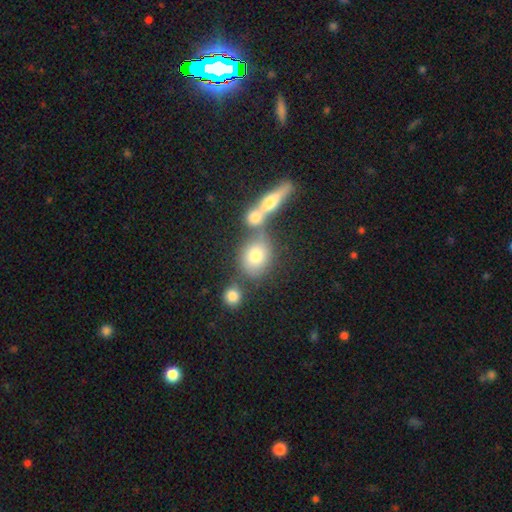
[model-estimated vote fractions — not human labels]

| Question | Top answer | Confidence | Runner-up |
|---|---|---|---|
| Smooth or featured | smooth | 74% | featured or disk (14%) |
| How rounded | round | 66% | in between (32%) |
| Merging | none | 51% | merger (34%) |